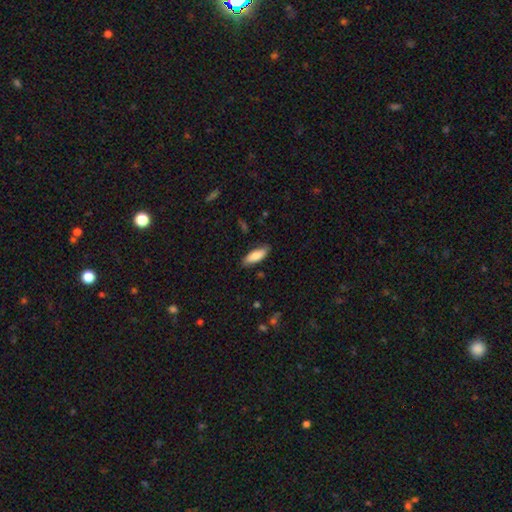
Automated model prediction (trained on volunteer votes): smooth 83%, featured or disk 11%, star or artifact 6%. Down the decision tree: how rounded — in between (68%); merging — none (83%).